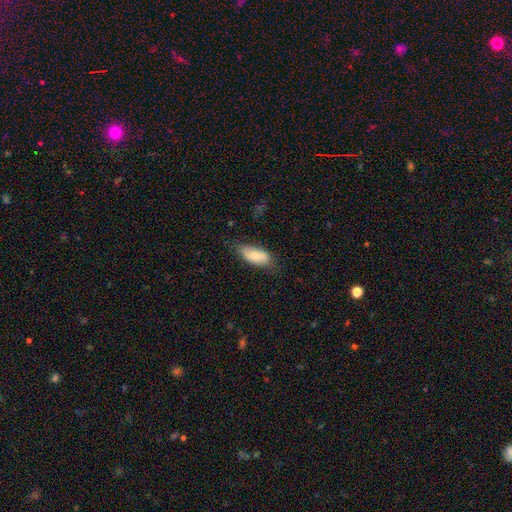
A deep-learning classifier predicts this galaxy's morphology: A smooth galaxy with no disk features (71%) that is in between round and cigar-shaped (87%).

Vote fractions:
- Smooth or featured? smooth: 71% / featured or disk: 23% / star or artifact: 6%
- How rounded? in between: 87% / cigar-shaped: 11% / round: 2%
- Merging? none: 67% / minor disturbance: 25% / major disturbance: 6% / merger: 2%